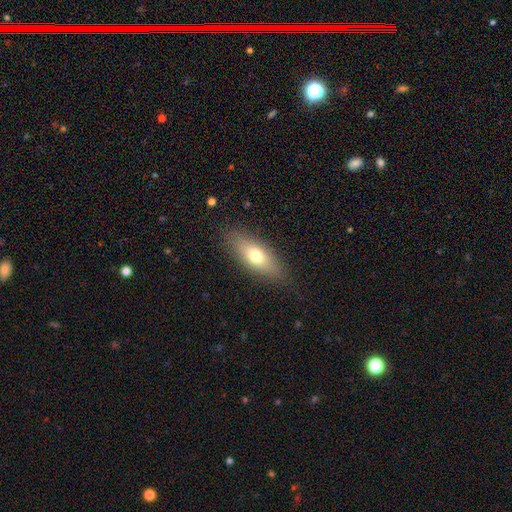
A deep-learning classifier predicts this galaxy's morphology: smooth-or-featured: smooth: 68% | featured or disk: 24% | star or artifact: 8%
  how-rounded: in between: 69% | cigar-shaped: 27% | round: 4%
  merging: none: 84% | minor disturbance: 11% | major disturbance: 3% | merger: 1%